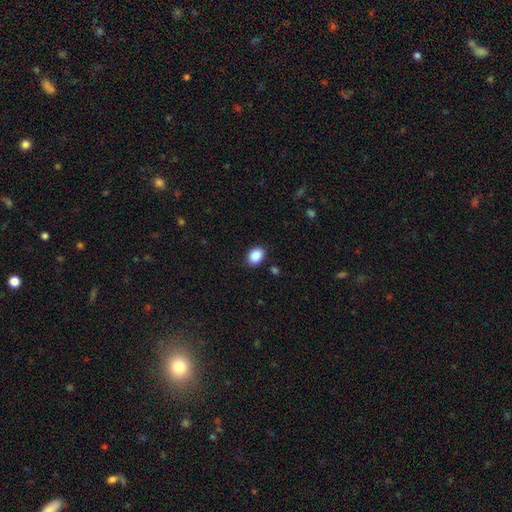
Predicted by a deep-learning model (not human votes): Overall: smooth (89%). How rounded: in between (71%). Merging: none (86%).